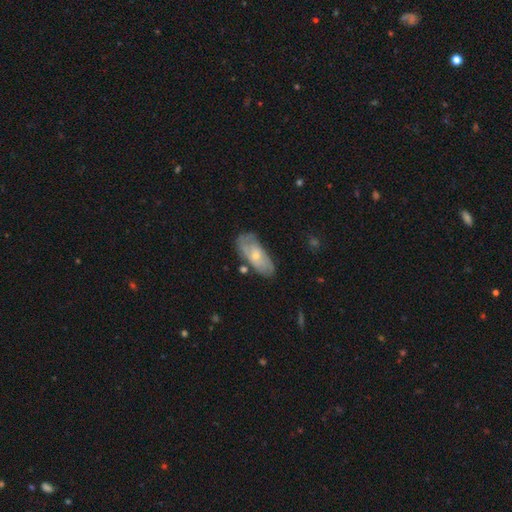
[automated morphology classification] Smooth or featured? Predicted: featured or disk (p=0.51). Edge-on disk? Predicted: no (p=0.88). Merging? Predicted: none (p=0.64).